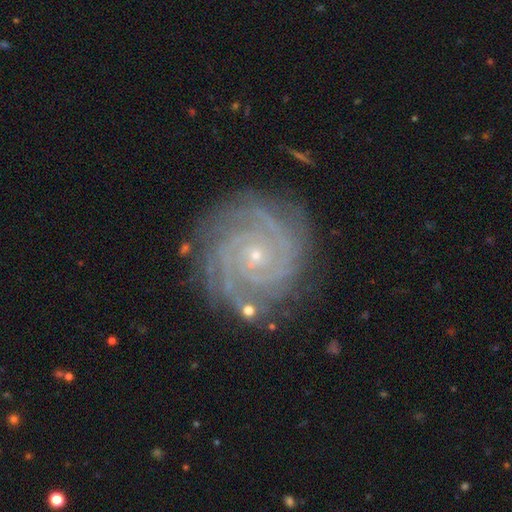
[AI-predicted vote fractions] This appears to be a featured or disk galaxy (90%) with no bar (77%), 3 (26%) tight (83%) spiral arms (99%) and a small central bulge (87%). Merging: none (81%).